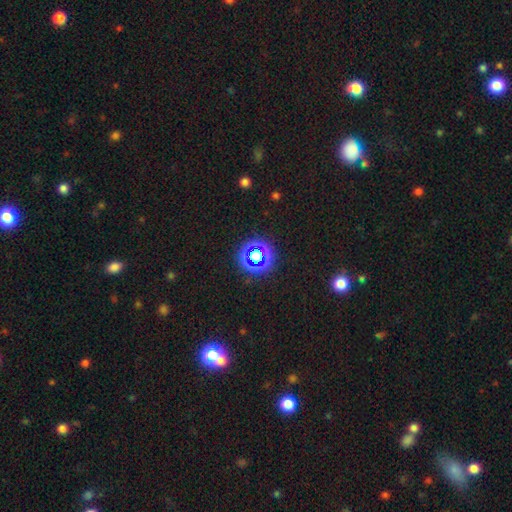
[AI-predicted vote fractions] Morphology: type=star or artifact (62%).